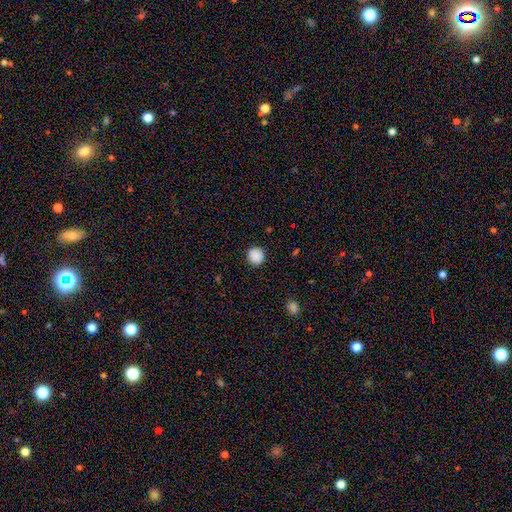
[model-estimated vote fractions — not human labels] Morphology: type=smooth (88%); roundness=round (93%); merging=none (91%).